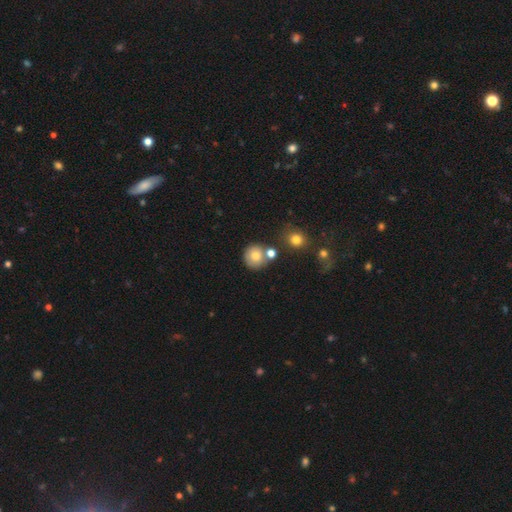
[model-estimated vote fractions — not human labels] A smooth galaxy with no disk features (76%) that is round (90%).

Vote fractions:
- Smooth or featured? smooth: 76% / featured or disk: 14% / star or artifact: 10%
- How rounded? round: 90% / in between: 9% / cigar-shaped: 1%
- Merging? none: 66% / merger: 17% / minor disturbance: 13% / major disturbance: 4%